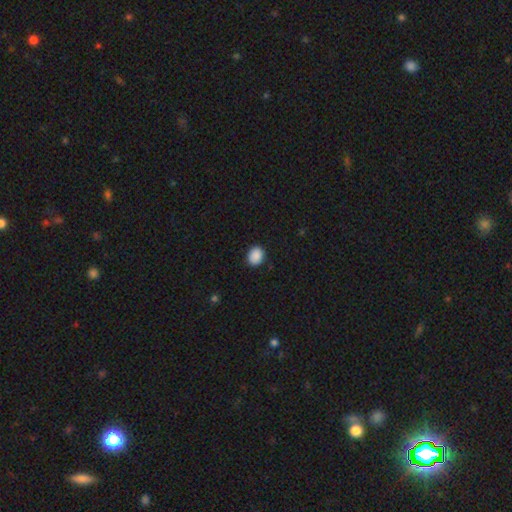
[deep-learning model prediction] smooth_or_featured: smooth (p=0.90) [alt: star or artifact p=0.08]
how_rounded: in between (p=0.59) [alt: round p=0.40]
merging: none (p=0.89) [alt: minor disturbance p=0.08]